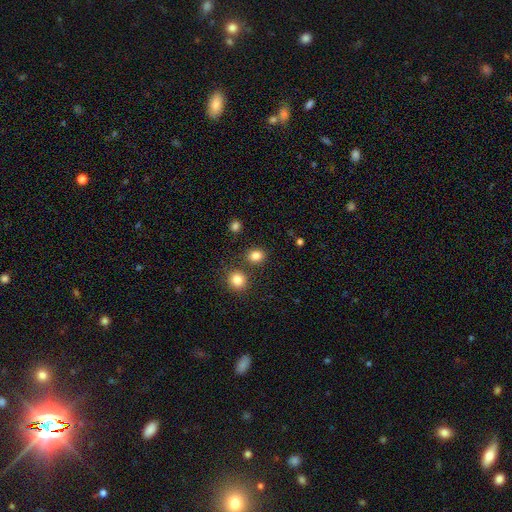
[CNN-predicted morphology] smooth-or-featured: smooth: 83% | star or artifact: 12% | featured or disk: 5%
  how-rounded: round: 65% | in between: 34% | cigar-shaped: 1%
  merging: none: 78% | merger: 11% | minor disturbance: 8% | major disturbance: 3%